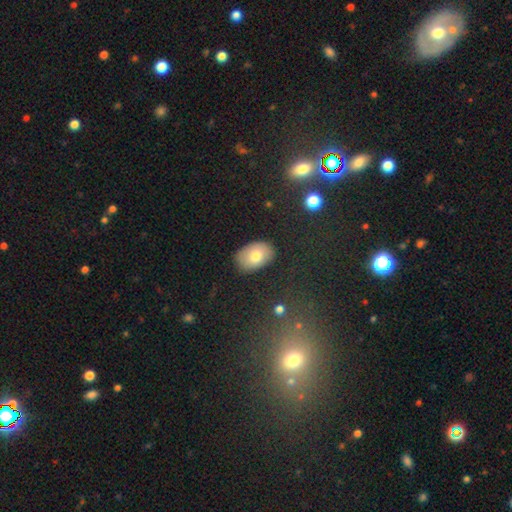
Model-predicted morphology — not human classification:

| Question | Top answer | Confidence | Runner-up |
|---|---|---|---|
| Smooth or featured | smooth | 76% | featured or disk (16%) |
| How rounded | in between | 86% | round (13%) |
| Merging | none | 83% | minor disturbance (13%) |